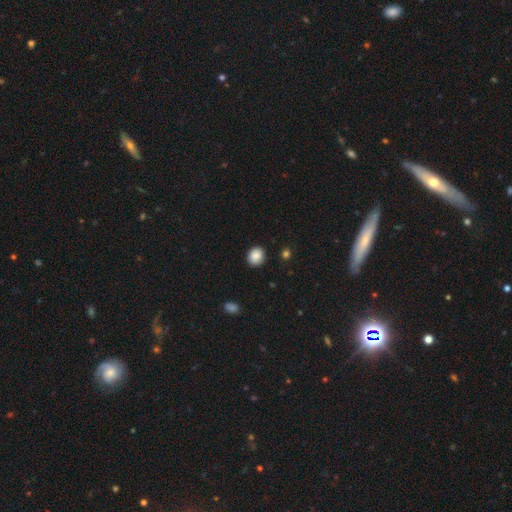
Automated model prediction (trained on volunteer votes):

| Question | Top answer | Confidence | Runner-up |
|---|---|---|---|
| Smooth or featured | smooth | 87% | star or artifact (9%) |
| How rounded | round | 69% | in between (30%) |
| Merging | none | 89% | minor disturbance (8%) |